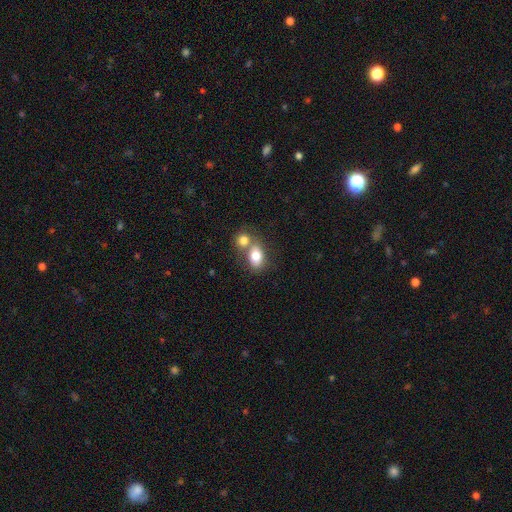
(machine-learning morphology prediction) smooth-or-featured: smooth: 78% | featured or disk: 13% | star or artifact: 9%
  how-rounded: in between: 72% | round: 26% | cigar-shaped: 2%
  merging: merger: 53% | none: 35% | minor disturbance: 9% | major disturbance: 3%